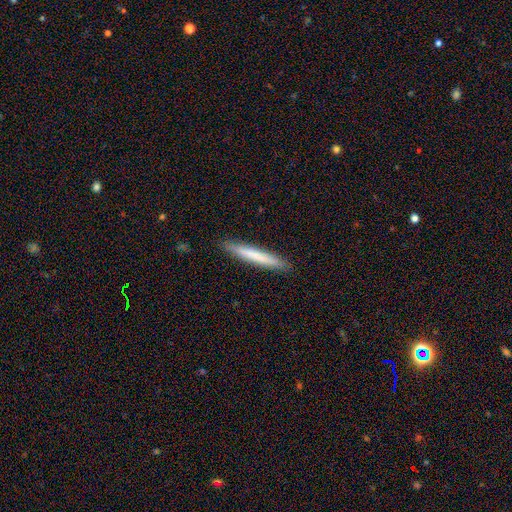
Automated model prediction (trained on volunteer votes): A smooth galaxy with no disk features (71%) that is cigar-shaped (96%).

Vote fractions:
- Smooth or featured? smooth: 71% / featured or disk: 23% / star or artifact: 6%
- How rounded? cigar-shaped: 96% / in between: 3% / round: 1%
- Merging? none: 91% / minor disturbance: 7% / major disturbance: 1% / merger: 1%